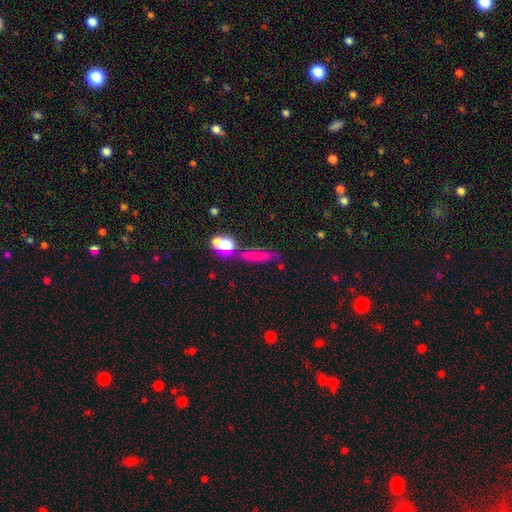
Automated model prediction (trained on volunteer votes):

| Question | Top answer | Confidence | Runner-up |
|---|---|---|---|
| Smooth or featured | smooth | 57% | star or artifact (23%) |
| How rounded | cigar-shaped | 71% | in between (19%) |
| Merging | none | 68% | minor disturbance (16%) |